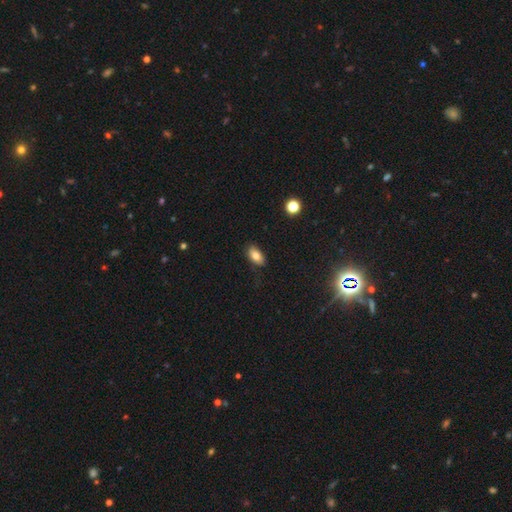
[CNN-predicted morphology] Smooth or featured?
  - smooth: 80% *
  - featured or disk: 11%
  - star or artifact: 9%
How rounded?
  - in between: 90% *
  - round: 5%
  - cigar-shaped: 5%
Merging?
  - none: 84% *
  - minor disturbance: 13%
  - major disturbance: 2%
  - merger: 1%